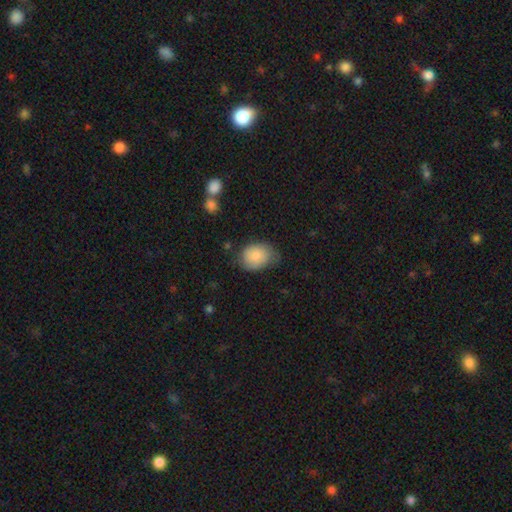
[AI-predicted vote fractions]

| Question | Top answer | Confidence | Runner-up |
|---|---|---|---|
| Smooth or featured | smooth | 82% | featured or disk (11%) |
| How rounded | in between | 59% | round (40%) |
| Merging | none | 54% | minor disturbance (35%) |